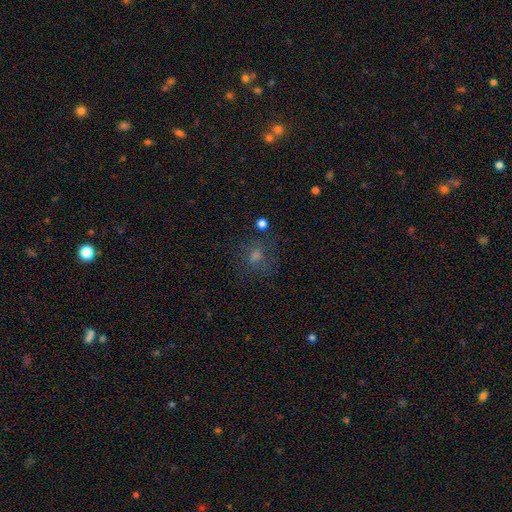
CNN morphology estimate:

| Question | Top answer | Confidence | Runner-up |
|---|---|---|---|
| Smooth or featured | smooth | 49% | star or artifact (32%) |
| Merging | none | 72% | minor disturbance (15%) |